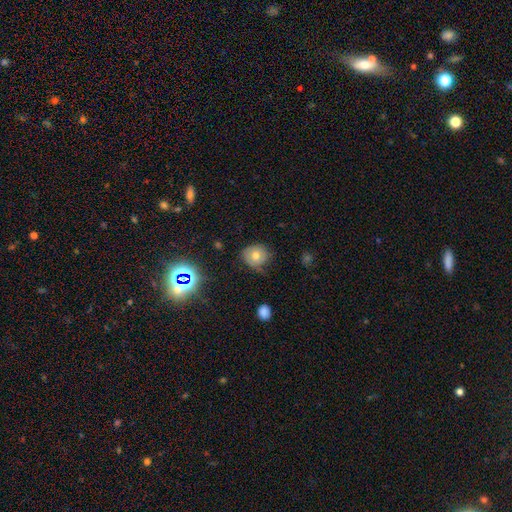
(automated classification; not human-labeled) Morphology: type=smooth (64%); roundness=round (76%); merging=none (62%).